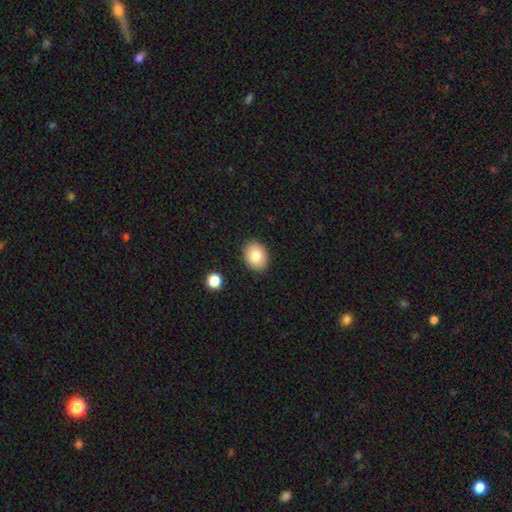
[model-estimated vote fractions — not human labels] The model was most divided on "how rounded": in between: 54%, round: 46%, cigar-shaped: 1%. More confident: merging — none (89%); smooth or featured — smooth (82%).